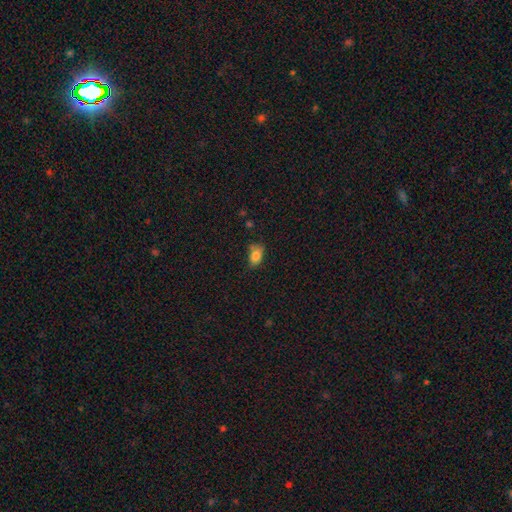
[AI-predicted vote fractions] This appears to be a smooth galaxy with no disk features (83%) that is in between round and cigar-shaped (83%). Merging: none (61%).